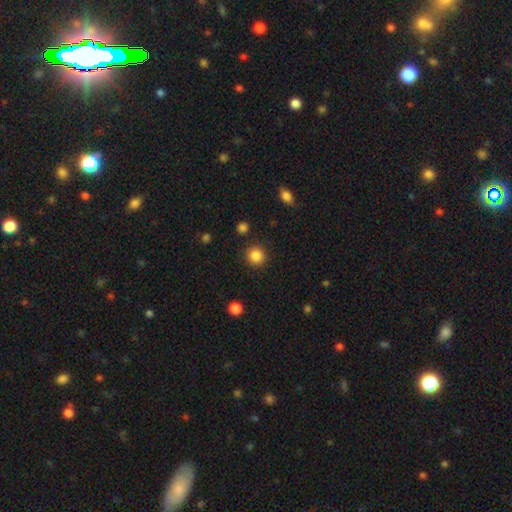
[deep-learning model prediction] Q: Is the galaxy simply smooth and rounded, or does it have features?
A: smooth — 86%.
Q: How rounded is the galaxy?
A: round — 93%.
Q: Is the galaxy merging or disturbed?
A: none — 90%.